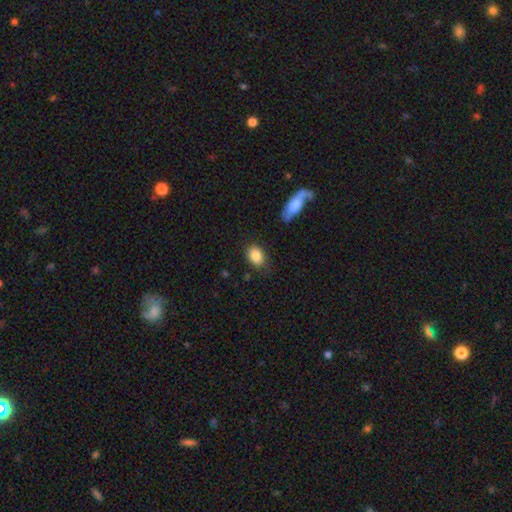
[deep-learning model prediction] Smooth or featured? smooth (87%)
How rounded? in between (77%)
Merging? none (75%)